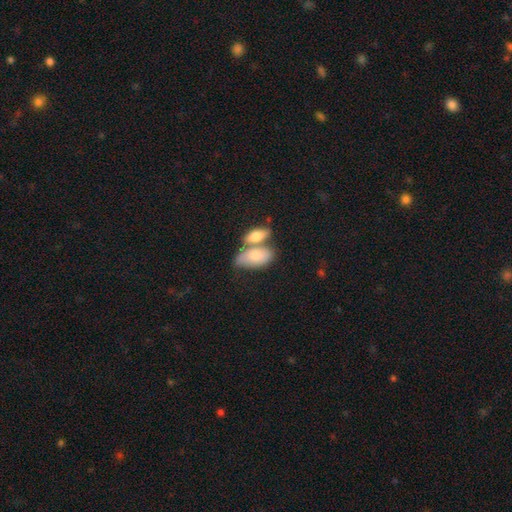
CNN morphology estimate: This is likely a smooth galaxy (76%). How rounded: clearly in between (91%). Merging: possibly merger (54%).